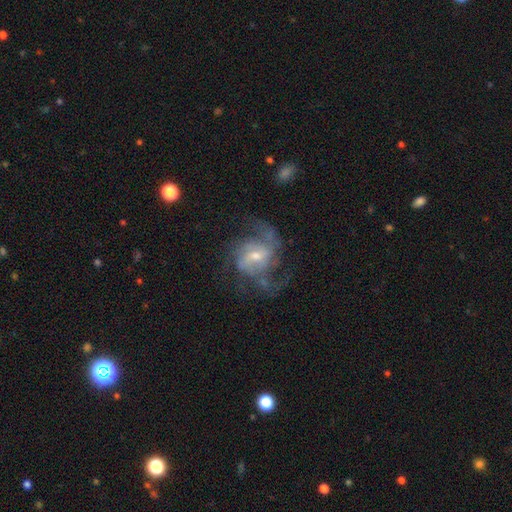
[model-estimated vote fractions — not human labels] featured or disk 83%, smooth 10%, star or artifact 7%. Down the decision tree: edge-on disk — no (98%); bar — weak (49%); spiral arms — yes (93%); spiral arm count — 2 (46%); spiral winding — medium (50%); bulge size — small (51%); merging — none (54%).